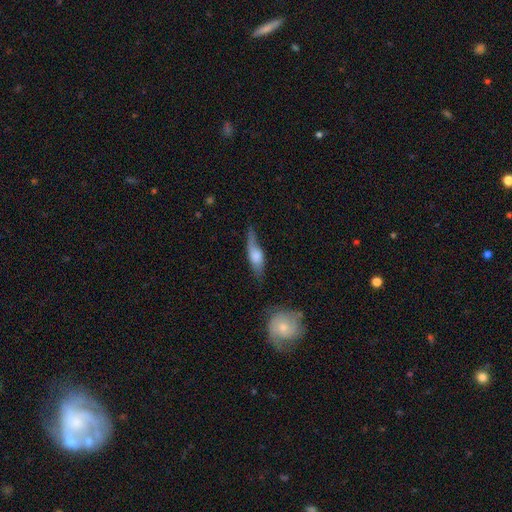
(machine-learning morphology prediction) Smooth or featured?
  - smooth: 53% *
  - featured or disk: 41%
  - star or artifact: 7%
How rounded?
  - cigar-shaped: 54% *
  - in between: 42%
  - round: 4%
Merging?
  - none: 54% *
  - minor disturbance: 30%
  - major disturbance: 12%
  - merger: 4%